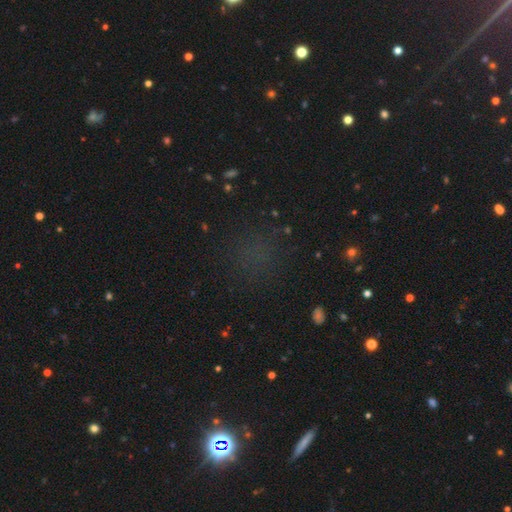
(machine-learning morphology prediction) A star or artifact, not a galaxy (54%).